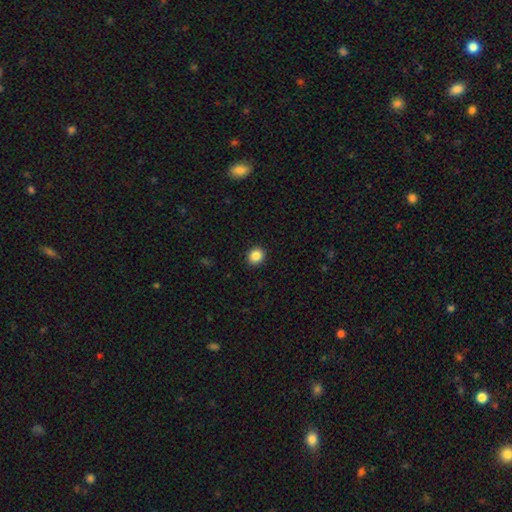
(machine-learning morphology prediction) This appears to be a smooth galaxy with no disk features (87%) that is round (84%). Merging: none (92%).